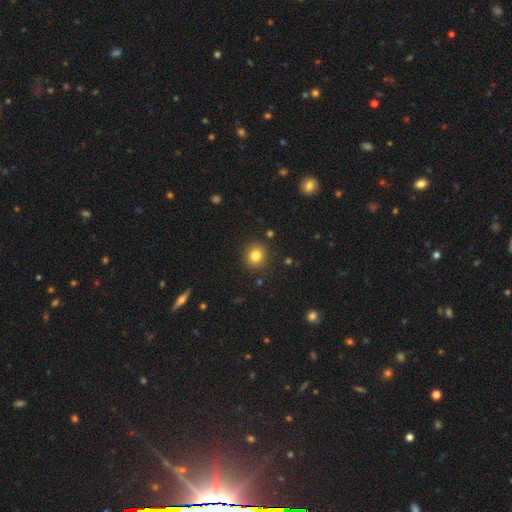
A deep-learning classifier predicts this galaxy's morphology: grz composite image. It shows a smooth galaxy with no disk features (81%) that is round (88%). Merging: none (90%).